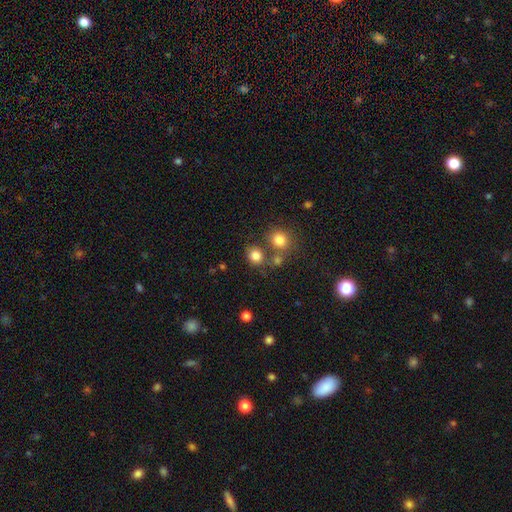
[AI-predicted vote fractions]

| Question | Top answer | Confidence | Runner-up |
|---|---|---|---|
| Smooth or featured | smooth | 81% | star or artifact (13%) |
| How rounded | round | 78% | in between (21%) |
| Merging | none | 66% | merger (20%) |